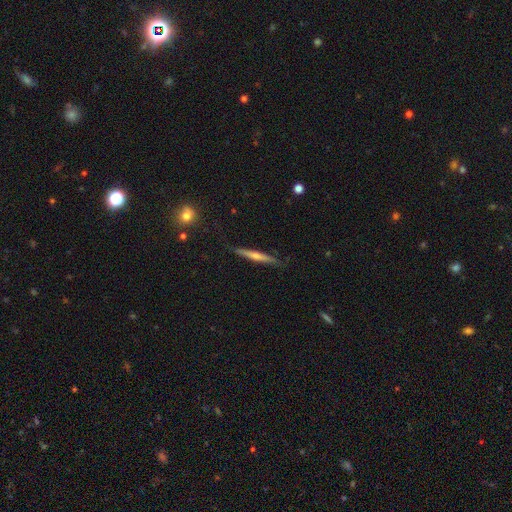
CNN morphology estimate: Smooth or featured? featured or disk (63%)
Edge-on disk? yes (97%)
Edge-on bulge? rounded (68%)
Merging? none (86%)